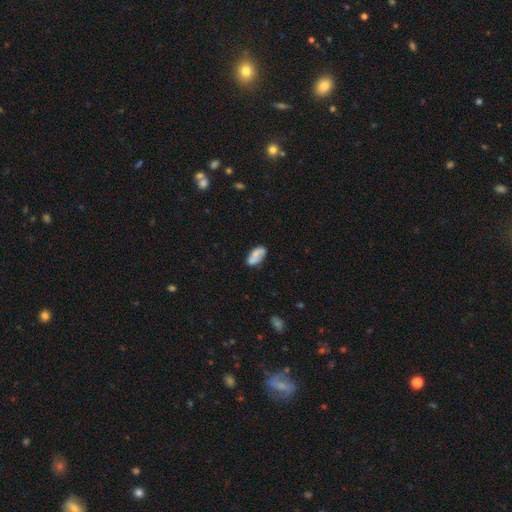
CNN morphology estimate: This appears to be a smooth galaxy with no disk features (59%) that is in between round and cigar-shaped (92%). Merging: none (63%).